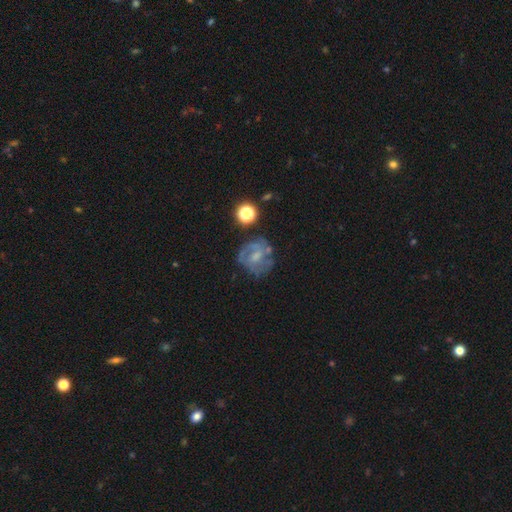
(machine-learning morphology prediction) type=featured or disk (61%); edge-on=no (97%); bar=no (54%); spiral arms=yes (57%); bulge=moderate (35%); merging=none (55%).